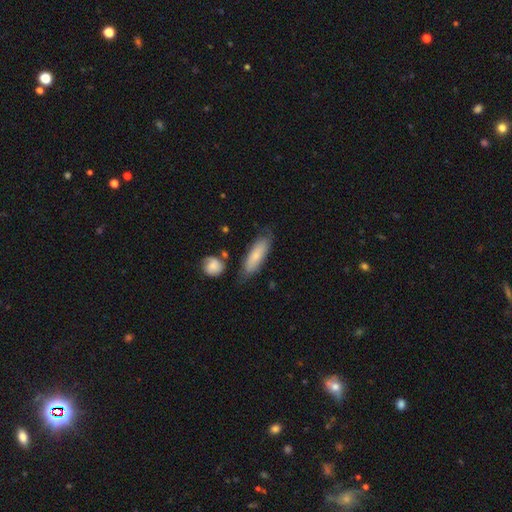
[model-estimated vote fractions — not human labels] Overall: smooth (74%). How rounded: in between (49%, tied with cigar-shaped). Merging: none (70%).